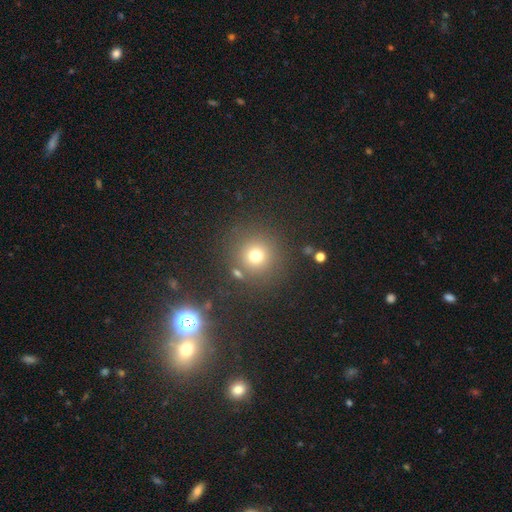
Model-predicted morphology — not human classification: A smooth galaxy with no disk features (73%) that is round (93%).

Vote fractions:
- Smooth or featured? smooth: 73% / star or artifact: 19% / featured or disk: 8%
- How rounded? round: 93% / in between: 6% / cigar-shaped: 1%
- Merging? none: 83% / minor disturbance: 8% / merger: 6% / major disturbance: 4%